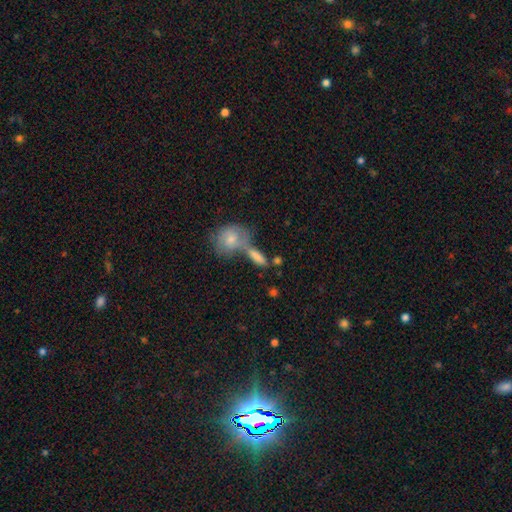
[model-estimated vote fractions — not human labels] smooth 63%, featured or disk 26%, star or artifact 12%. Down the decision tree: how rounded — in between (57%); merging — none (42%).